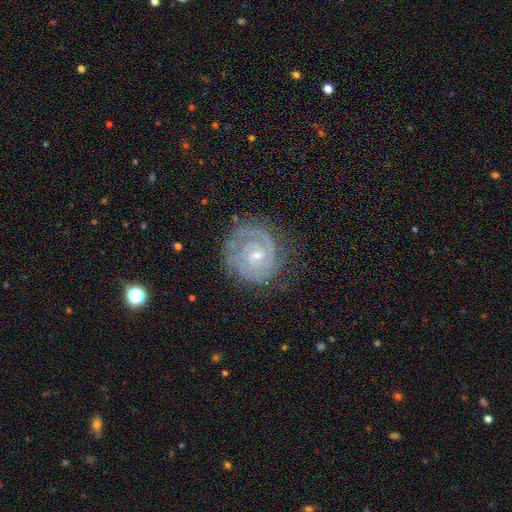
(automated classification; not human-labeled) Smooth or featured: featured or disk — 87% (smooth — 7%)
Edge-on disk: no — 98% (yes — 2%)
Bar: no — 49% (weak — 42%)
Spiral arms: yes — 97% (no — 3%)
Spiral winding: tight — 77% (medium — 20%)
Spiral arm count: 2 — 43% (can't tell — 22%)
Bulge size: small — 67% (moderate — 28%)
Merging: none — 75% (minor disturbance — 17%)